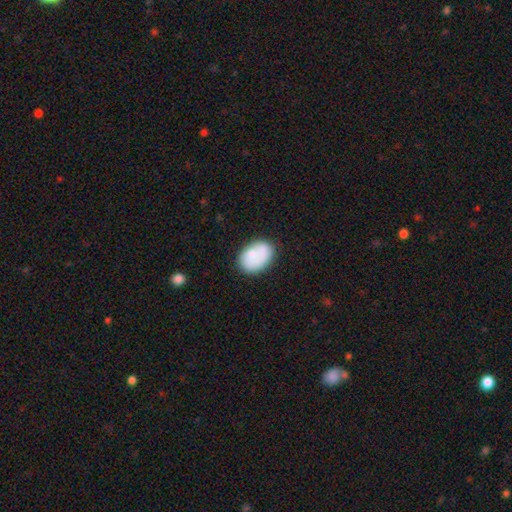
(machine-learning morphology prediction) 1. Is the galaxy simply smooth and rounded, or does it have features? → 74% smooth, 19% featured or disk, 7% star or artifact.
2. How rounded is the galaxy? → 82% in between, 17% round, 1% cigar-shaped.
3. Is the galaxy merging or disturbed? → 59% none, 21% minor disturbance, 13% merger, 7% major disturbance.